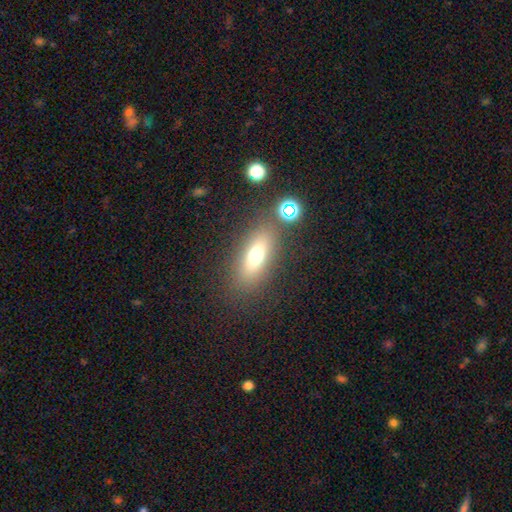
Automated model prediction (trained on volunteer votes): Smooth or featured: smooth — 68% (featured or disk — 19%)
How rounded: in between — 72% (cigar-shaped — 21%)
Merging: none — 79% (minor disturbance — 11%)